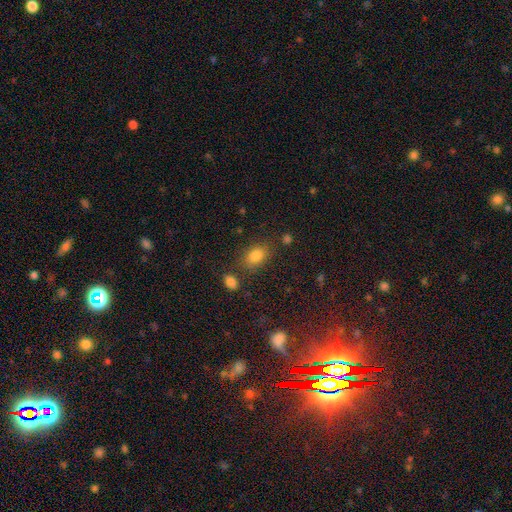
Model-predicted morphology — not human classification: smooth-or-featured: smooth: 82% | star or artifact: 11% | featured or disk: 7%
  how-rounded: in between: 78% | round: 20% | cigar-shaped: 2%
  merging: none: 74% | minor disturbance: 14% | merger: 7% | major disturbance: 5%